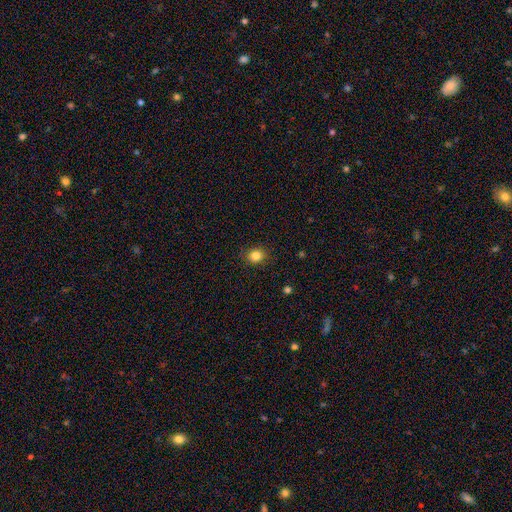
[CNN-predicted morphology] Q: Smooth or featured?
A: smooth (84%); runner-up: star or artifact (12%)
Q: How rounded?
A: round (81%); runner-up: in between (18%)
Q: Merging?
A: none (89%); runner-up: minor disturbance (8%)